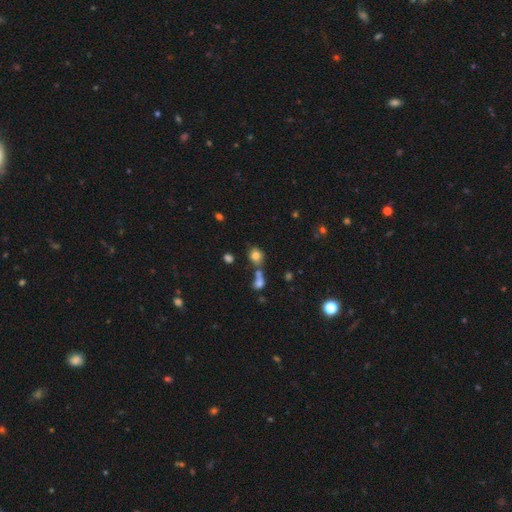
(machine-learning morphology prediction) smooth-or-featured: smooth: 79% | star or artifact: 12% | featured or disk: 9%
  how-rounded: round: 74% | in between: 24% | cigar-shaped: 2%
  merging: none: 53% | merger: 30% | minor disturbance: 11% | major disturbance: 6%